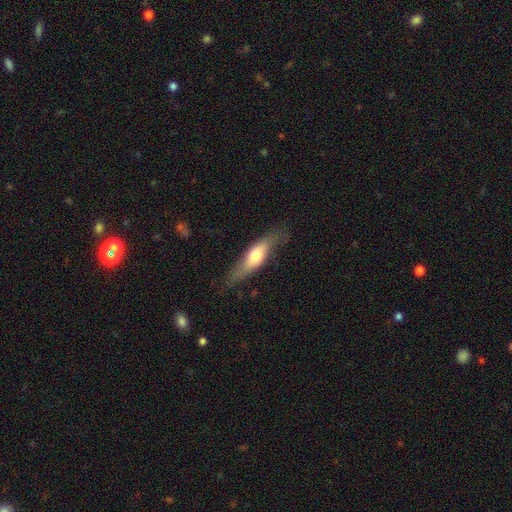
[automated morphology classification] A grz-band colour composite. It shows a smooth galaxy with no disk features (54%) that is cigar-shaped (58%). Merging: none (70%).